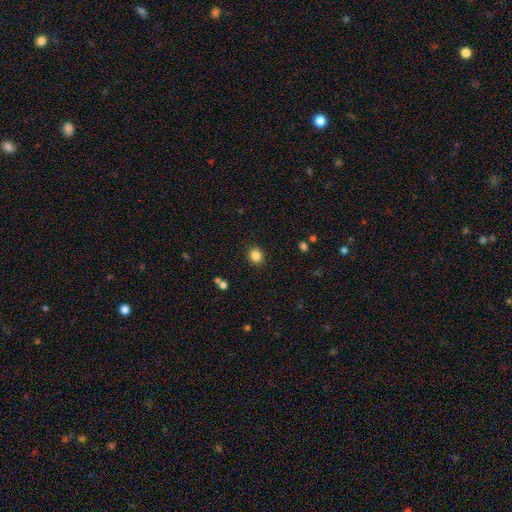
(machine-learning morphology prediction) smooth-or-featured: smooth: 84% | star or artifact: 11% | featured or disk: 5%
  how-rounded: round: 72% | in between: 27% | cigar-shaped: 1%
  merging: none: 89% | minor disturbance: 7% | major disturbance: 2% | merger: 1%